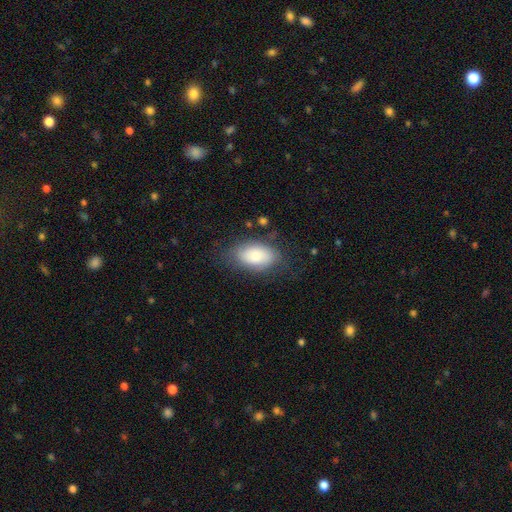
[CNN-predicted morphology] Overall: smooth (79%). How rounded: in between (92%). Merging: none (69%).